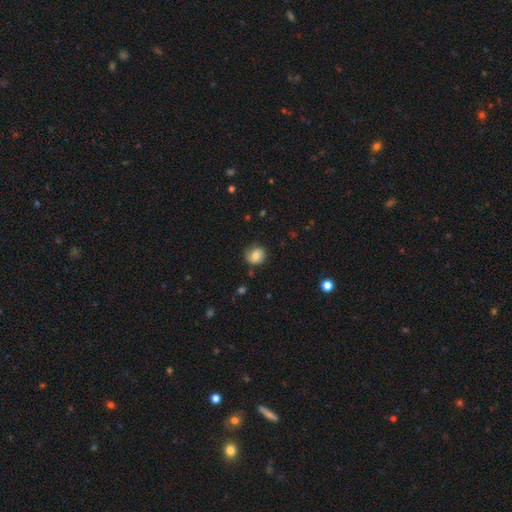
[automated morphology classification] Smooth or featured: smooth — 69% (featured or disk — 22%)
How rounded: round — 81% (in between — 18%)
Merging: none — 74% (minor disturbance — 19%)